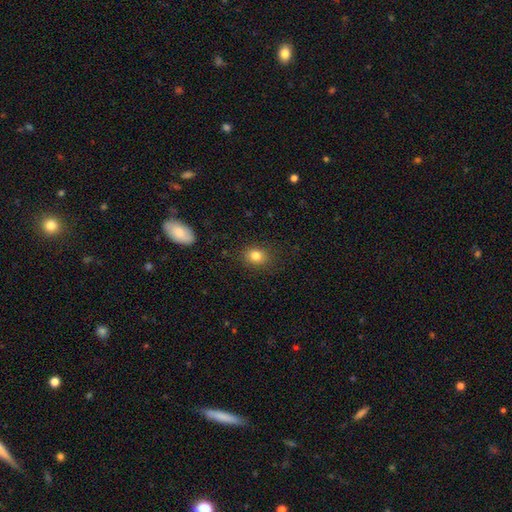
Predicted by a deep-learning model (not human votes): The model was most divided on "how rounded": round: 53%, in between: 46%, cigar-shaped: 1%. More confident: merging — none (86%); smooth or featured — smooth (82%).